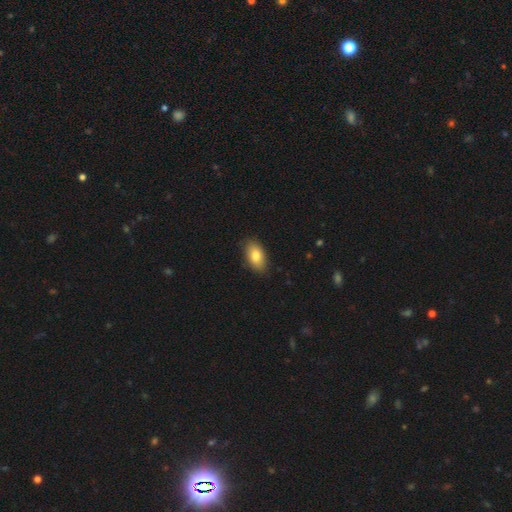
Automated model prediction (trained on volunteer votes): Smooth or featured: smooth — 83% (featured or disk — 10%)
How rounded: in between — 92% (round — 5%)
Merging: none — 85% (minor disturbance — 12%)